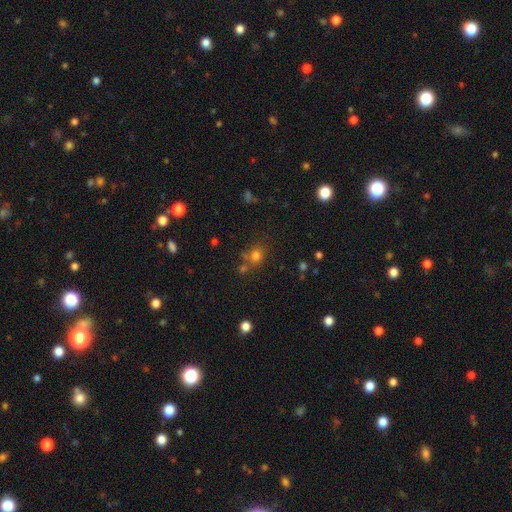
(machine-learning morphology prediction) Overall: smooth (73%). How rounded: round (73%). Merging: none (65%).